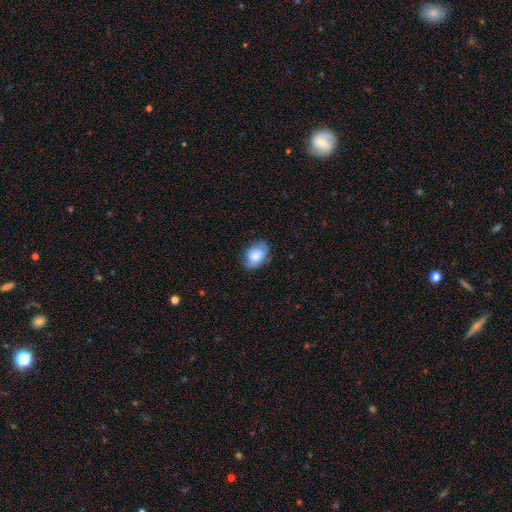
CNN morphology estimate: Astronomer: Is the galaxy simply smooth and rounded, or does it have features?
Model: smooth — 62%.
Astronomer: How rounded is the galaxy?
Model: in between — 80%.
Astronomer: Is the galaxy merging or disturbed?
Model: none — 73%.